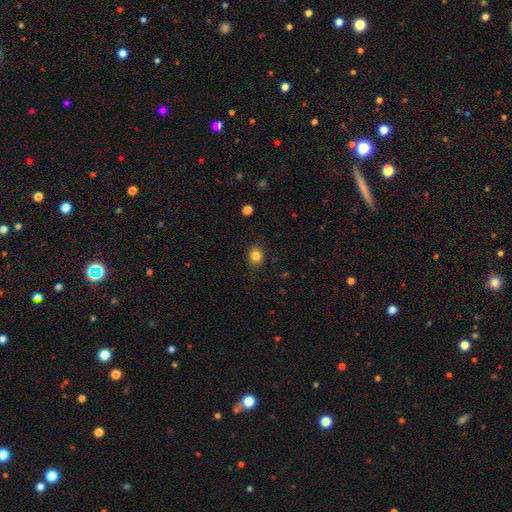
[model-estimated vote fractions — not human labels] A smooth galaxy with no disk features (84%) that is round (60%). Merging: none (86%).